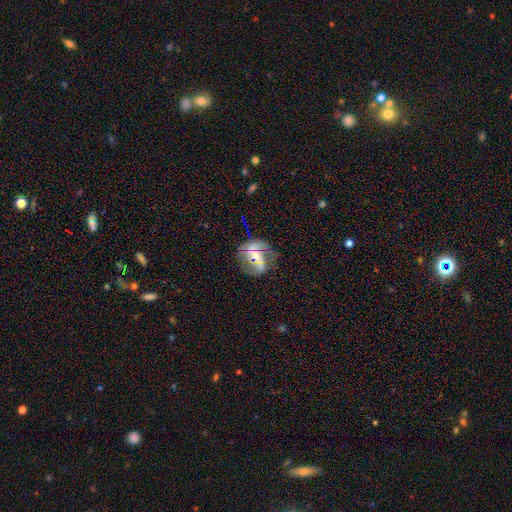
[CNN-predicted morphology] smooth-or-featured: featured or disk: 59% | smooth: 26% | star or artifact: 15%
  disk-edge-on: no: 96% | yes: 4%
    bar: no: 47% | weak: 36% | strong: 17%
    has-spiral-arms: yes: 74% | no: 26%
    bulge-size: moderate: 52% | small: 33% | large: 8% | none: 6% | dominant: 2%
  merging: none: 63% | minor disturbance: 18% | major disturbance: 13% | merger: 7%